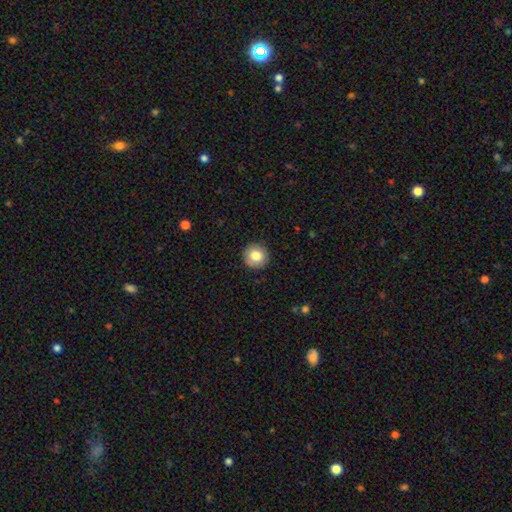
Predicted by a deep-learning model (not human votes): Smooth or featured? smooth (82%)
How rounded? round (94%)
Merging? none (91%)